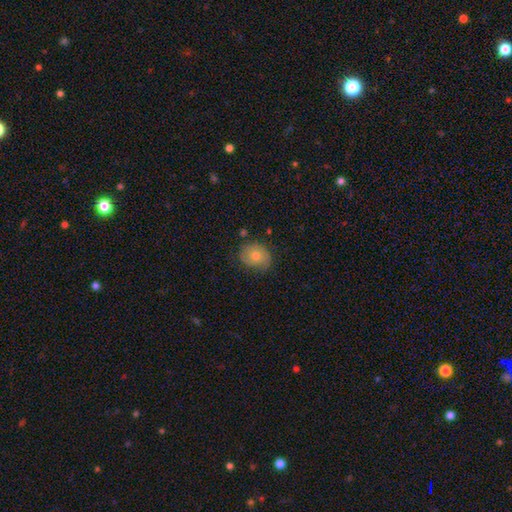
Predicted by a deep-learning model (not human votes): Morphology: type=smooth (52%); roundness=round (57%); merging=none (73%).